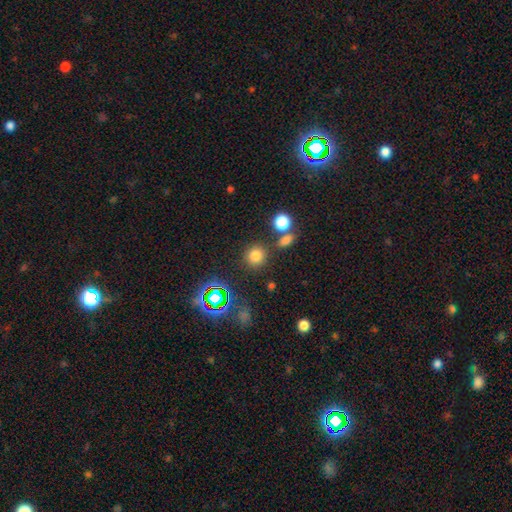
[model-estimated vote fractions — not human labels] The model was most divided on "smooth or featured": smooth: 73%, star or artifact: 20%, featured or disk: 7%. More confident: how rounded — round (90%); merging — none (80%).